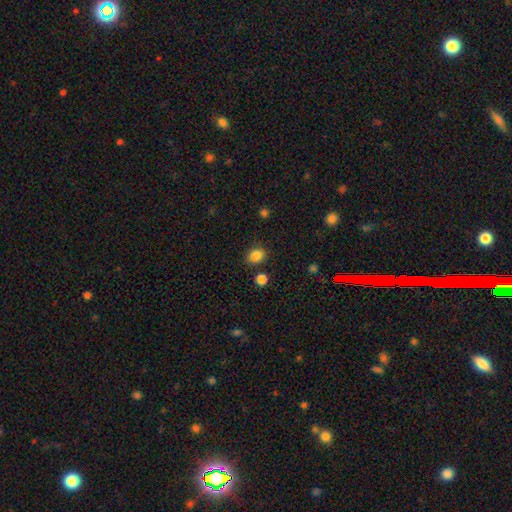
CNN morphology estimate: The model was most divided on "how rounded": round: 54%, in between: 45%, cigar-shaped: 1%. More confident: smooth or featured — smooth (84%); merging — none (81%).